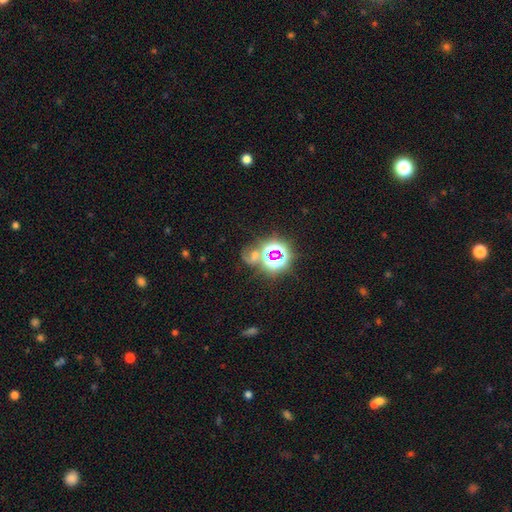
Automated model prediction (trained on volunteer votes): A star or artifact, not a galaxy (66%).

Vote fractions:
- Smooth or featured? star or artifact: 66% / smooth: 19% / featured or disk: 15%